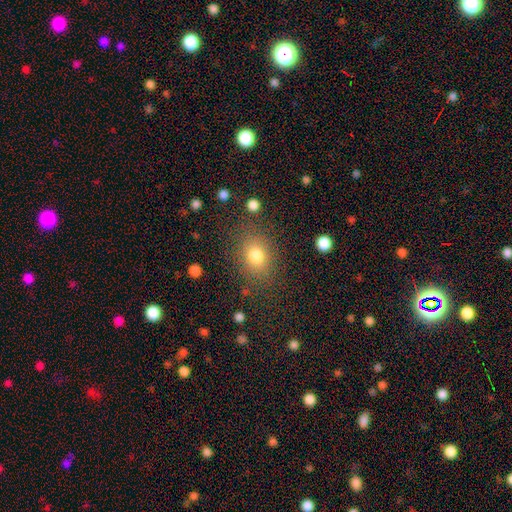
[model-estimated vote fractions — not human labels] Smooth or featured: smooth — 79% (star or artifact — 12%)
How rounded: in between — 56% (round — 42%)
Merging: none — 80% (minor disturbance — 12%)